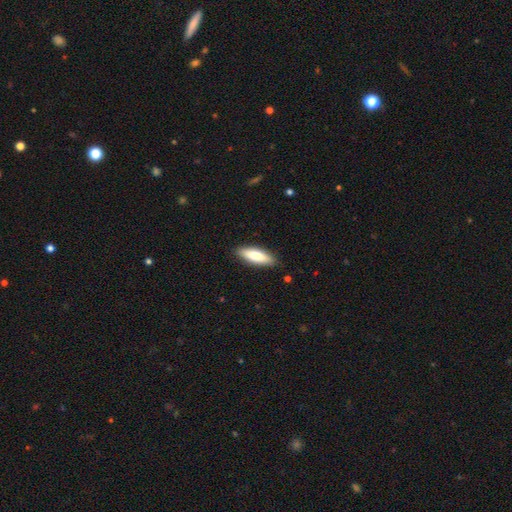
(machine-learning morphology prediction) smooth-or-featured: smooth: 78% | featured or disk: 17% | star or artifact: 5%
  how-rounded: in between: 53% | cigar-shaped: 45% | round: 2%
  merging: none: 87% | minor disturbance: 10% | major disturbance: 2% | merger: 1%